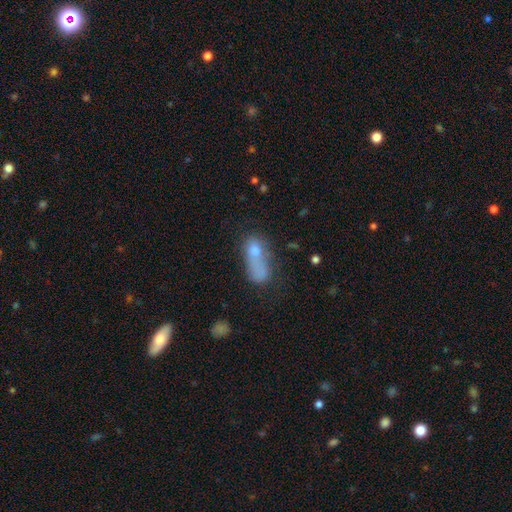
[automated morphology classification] type=smooth (64%); roundness=in between (73%); merging=merger (38%).